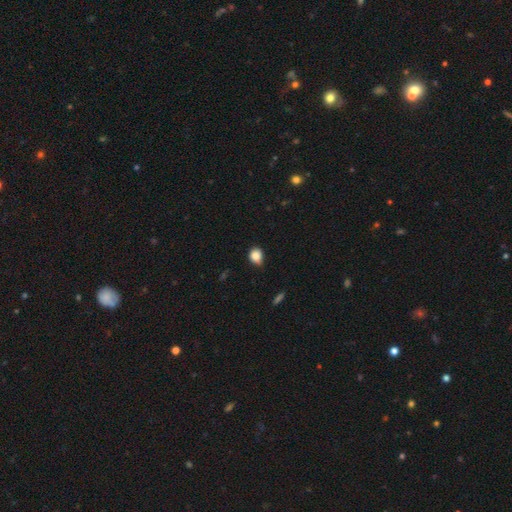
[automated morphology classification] smooth_or_featured: smooth (p=0.85) [alt: star or artifact p=0.10]
how_rounded: round (p=0.58) [alt: in between p=0.40]
merging: none (p=0.66) [alt: minor disturbance p=0.29]